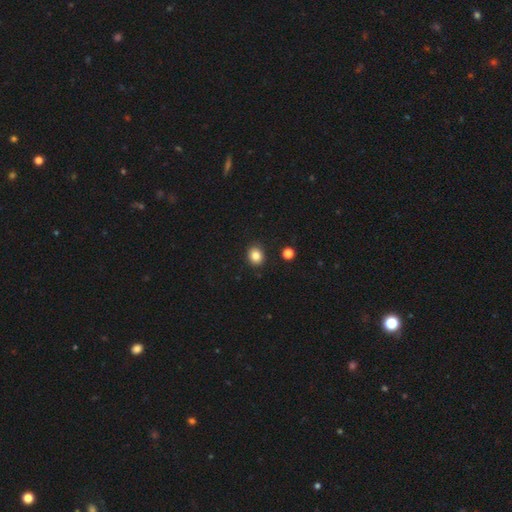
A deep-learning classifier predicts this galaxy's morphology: smooth_or_featured: smooth (p=0.84) [alt: star or artifact p=0.11]
how_rounded: round (p=0.68) [alt: in between p=0.31]
merging: none (p=0.89) [alt: minor disturbance p=0.07]